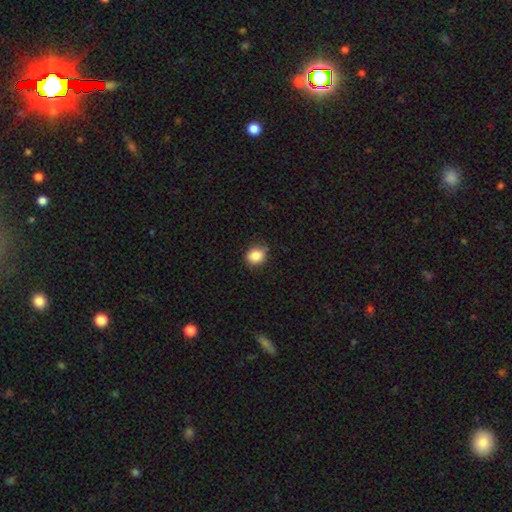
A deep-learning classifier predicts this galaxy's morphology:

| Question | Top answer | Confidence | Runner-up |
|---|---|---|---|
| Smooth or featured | smooth | 86% | star or artifact (9%) |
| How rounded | round | 71% | in between (28%) |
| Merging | none | 78% | minor disturbance (18%) |